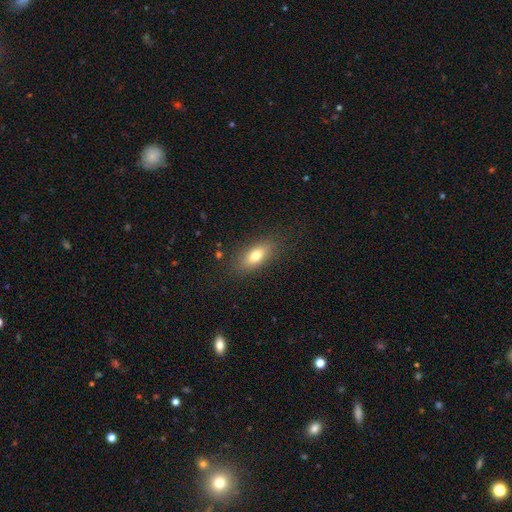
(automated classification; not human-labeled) This appears to be a smooth galaxy with no disk features (75%) that is in between round and cigar-shaped (78%). Merging: none (83%).